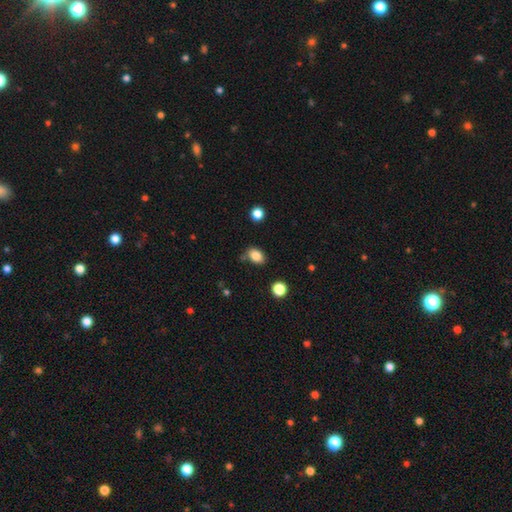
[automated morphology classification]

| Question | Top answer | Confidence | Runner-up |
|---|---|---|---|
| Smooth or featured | smooth | 84% | star or artifact (10%) |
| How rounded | in between | 74% | round (25%) |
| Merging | none | 74% | minor disturbance (17%) |